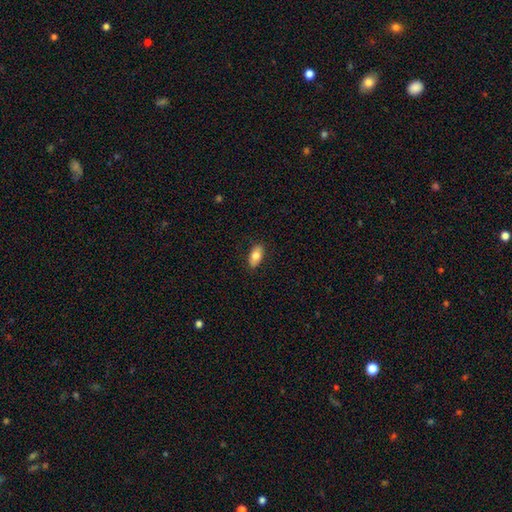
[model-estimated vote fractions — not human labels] A smooth galaxy with no disk features (78%) that is in between round and cigar-shaped (90%).

Vote fractions:
- Smooth or featured? smooth: 78% / featured or disk: 15% / star or artifact: 7%
- How rounded? in between: 90% / cigar-shaped: 6% / round: 4%
- Merging? none: 88% / minor disturbance: 9% / major disturbance: 2% / merger: 1%